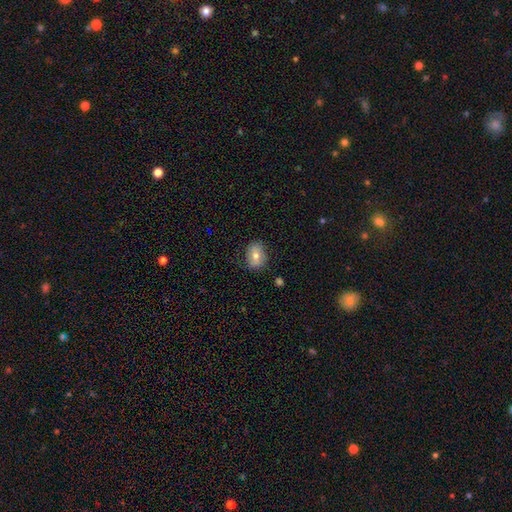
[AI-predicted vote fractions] Morphology: type=smooth (69%); roundness=in between (65%); merging=none (78%).